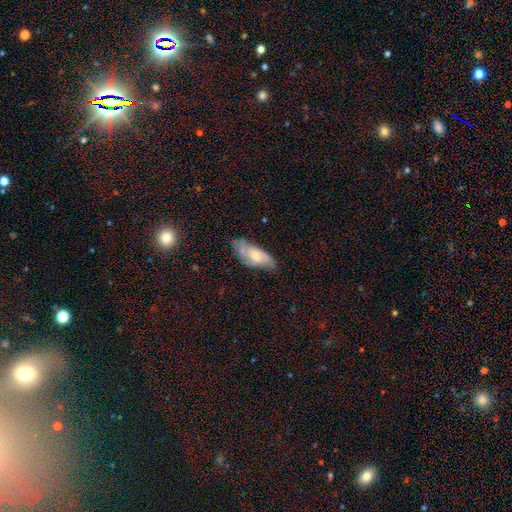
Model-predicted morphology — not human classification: Smooth or featured: smooth — 50% (featured or disk — 43%)
Merging: none — 50% (minor disturbance — 34%)